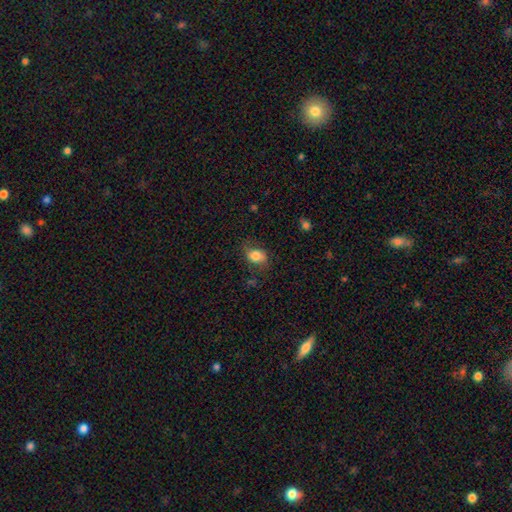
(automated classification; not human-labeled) Morphology: type=smooth (79%); roundness=in between (71%); merging=none (67%).